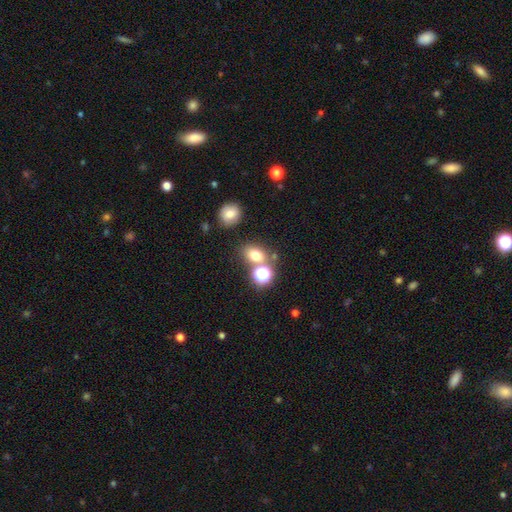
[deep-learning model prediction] smooth_or_featured: smooth (p=0.71) [alt: star or artifact p=0.20]
how_rounded: in between (p=0.54) [alt: round p=0.44]
merging: none (p=0.65) [alt: merger p=0.20]